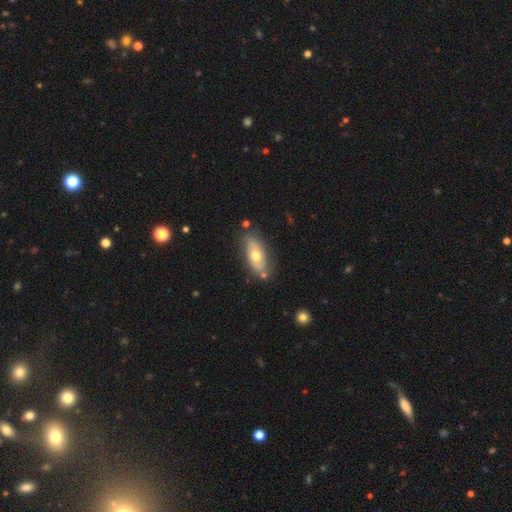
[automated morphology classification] Smooth or featured?
  - featured or disk: 48% *
  - smooth: 46%
  - star or artifact: 6%
Merging?
  - none: 71% *
  - minor disturbance: 18%
  - merger: 6%
  - major disturbance: 5%